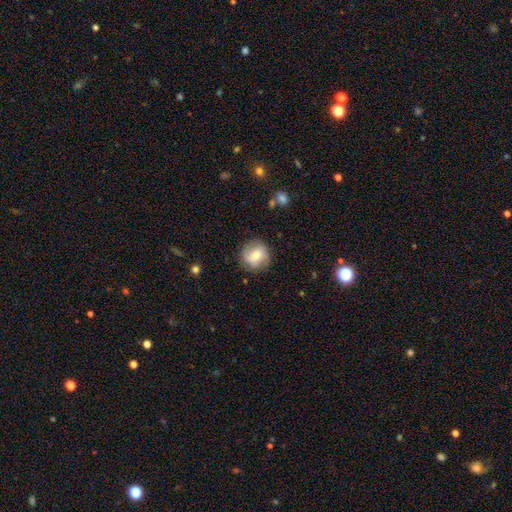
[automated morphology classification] This appears to be a smooth galaxy with no disk features (62%) that is round (90%). Merging: none (83%).